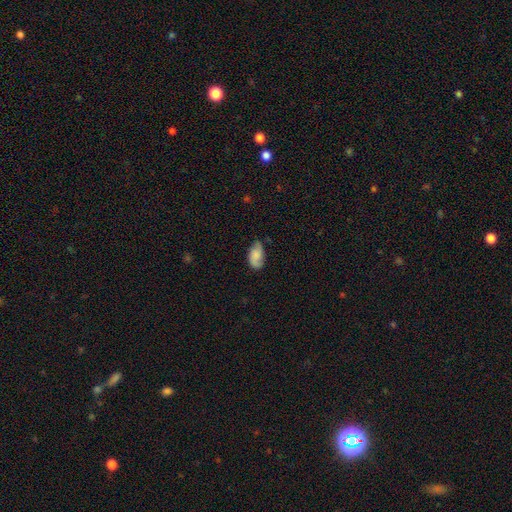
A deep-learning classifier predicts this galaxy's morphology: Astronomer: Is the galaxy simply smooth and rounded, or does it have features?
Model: smooth — 63%.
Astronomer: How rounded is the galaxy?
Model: in between — 92%.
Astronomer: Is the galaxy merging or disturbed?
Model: none — 62%.